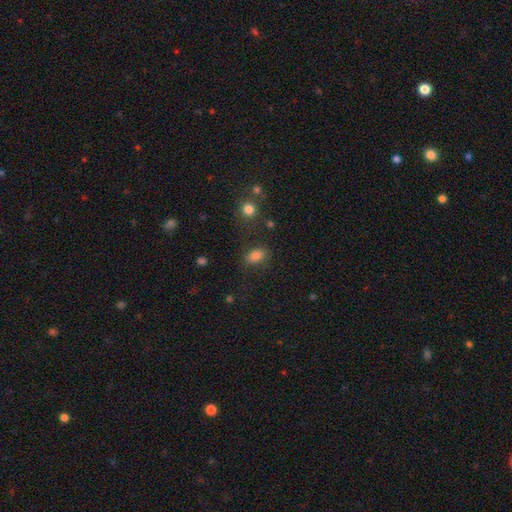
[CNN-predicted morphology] This appears to be a smooth galaxy with no disk features (83%) that is in between round and cigar-shaped (81%). Merging: none (75%).